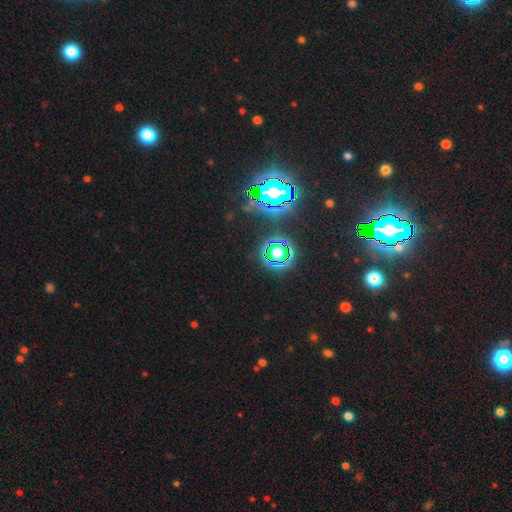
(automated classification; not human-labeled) A star or artifact, not a galaxy (83%).